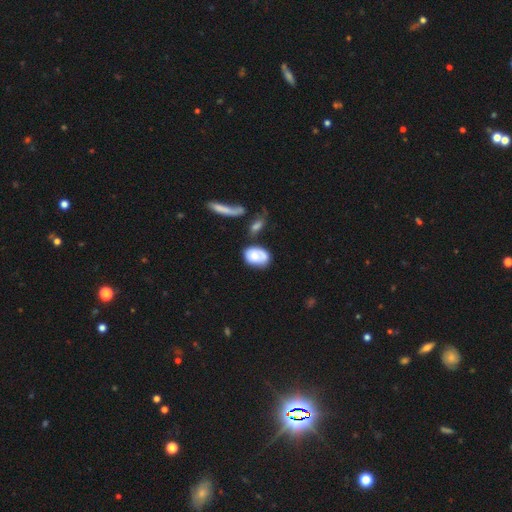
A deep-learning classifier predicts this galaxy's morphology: smooth 67%, featured or disk 26%, star or artifact 7%. Down the decision tree: how rounded — in between (77%); merging — none (42%).